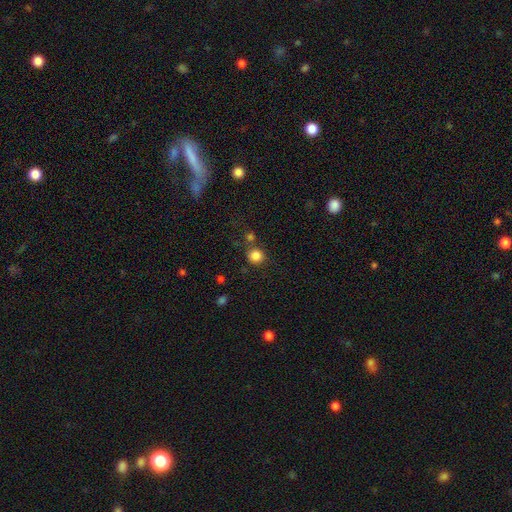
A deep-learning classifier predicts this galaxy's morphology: Q: Smooth or featured?
A: smooth (84%); runner-up: star or artifact (11%)
Q: How rounded?
A: round (91%); runner-up: in between (8%)
Q: Merging?
A: none (77%); runner-up: merger (11%)